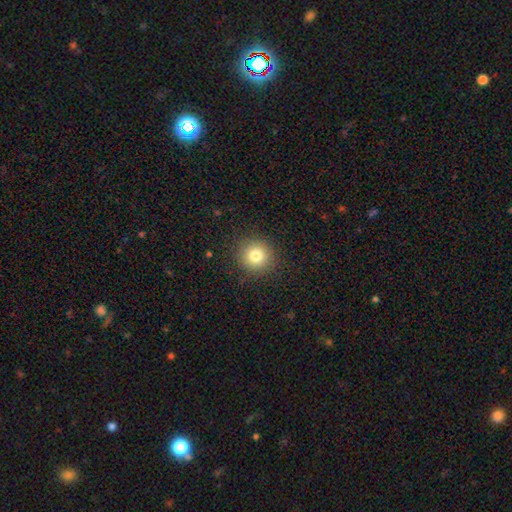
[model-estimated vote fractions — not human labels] Smooth or featured? Predicted: smooth (p=0.80). How rounded? Predicted: round (p=0.94). Merging? Predicted: none (p=0.90).